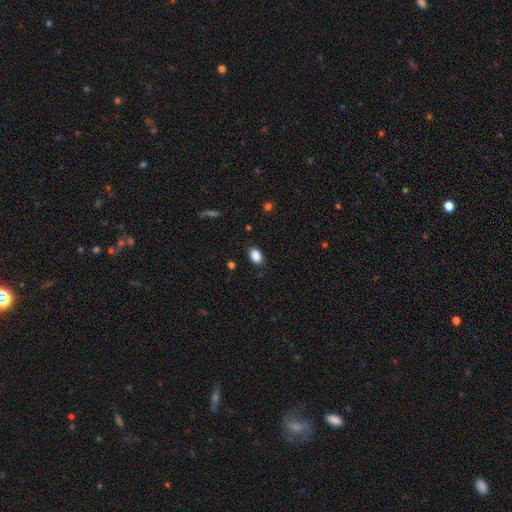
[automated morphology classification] This is clearly a smooth galaxy (88%). How rounded: clearly in between (86%). Merging: clearly none (83%).